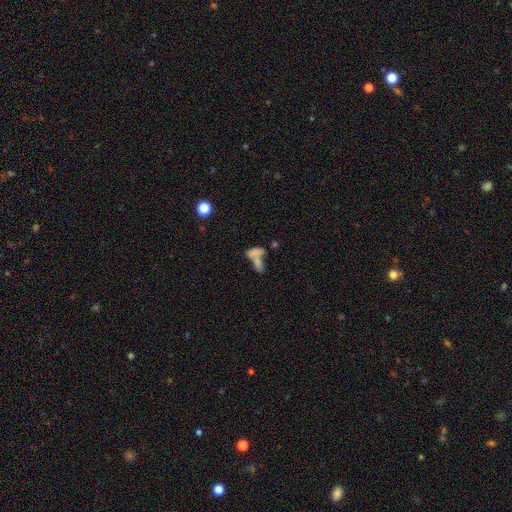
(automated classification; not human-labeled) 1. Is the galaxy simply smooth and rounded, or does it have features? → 64% smooth, 23% featured or disk, 13% star or artifact.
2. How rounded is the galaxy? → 79% in between, 12% cigar-shaped, 10% round.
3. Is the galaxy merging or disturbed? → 64% merger, 18% none, 10% major disturbance, 8% minor disturbance.